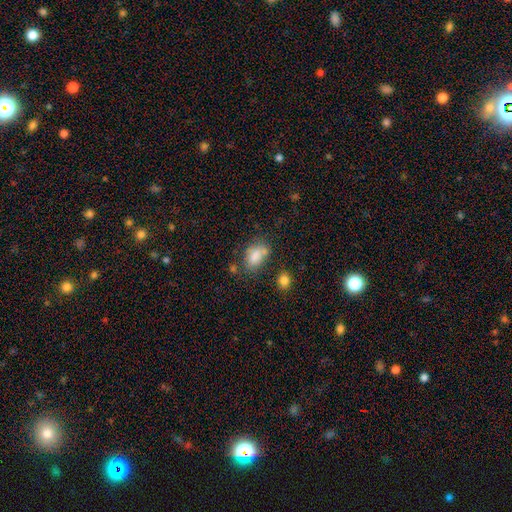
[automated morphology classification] A smooth galaxy with no disk features (80%) that is in between round and cigar-shaped (85%). Merging: none (49%).